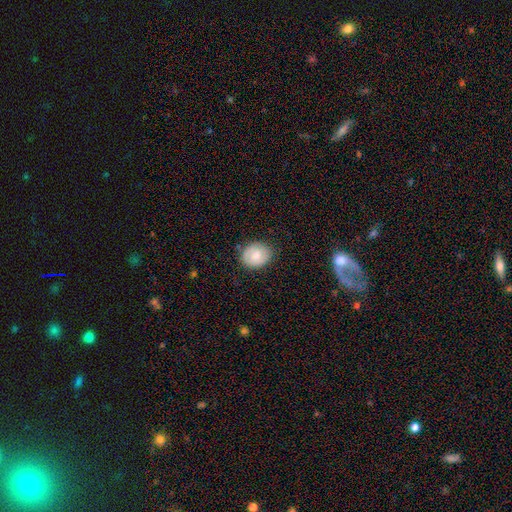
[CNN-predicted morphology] A smooth galaxy with no disk features (70%) that is round (57%). Merging: none (80%).